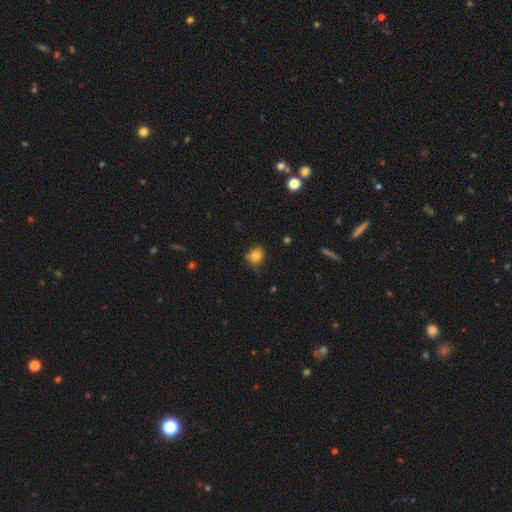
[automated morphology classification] This is likely a smooth galaxy (80%). How rounded: likely round (73%). Merging: likely none (66%).